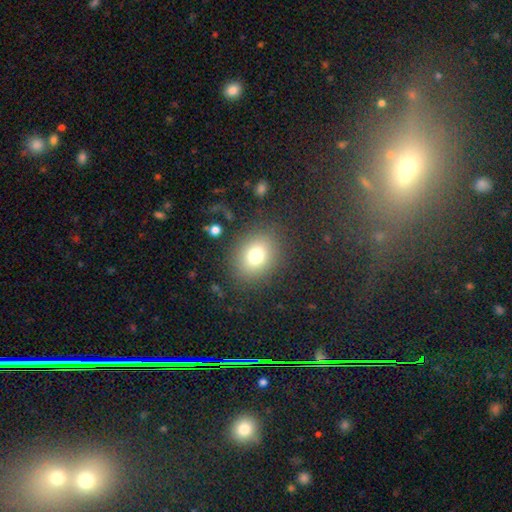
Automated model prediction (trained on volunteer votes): A smooth galaxy with no disk features (76%) that is round (56%). Merging: none (84%).